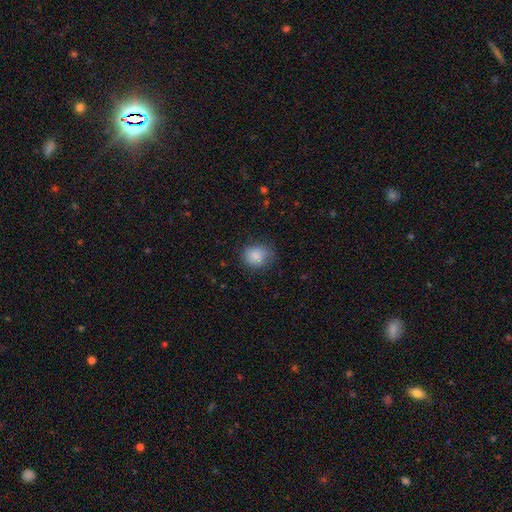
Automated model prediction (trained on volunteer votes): A smooth galaxy with no disk features (85%) that is round (70%). Merging: none (72%).